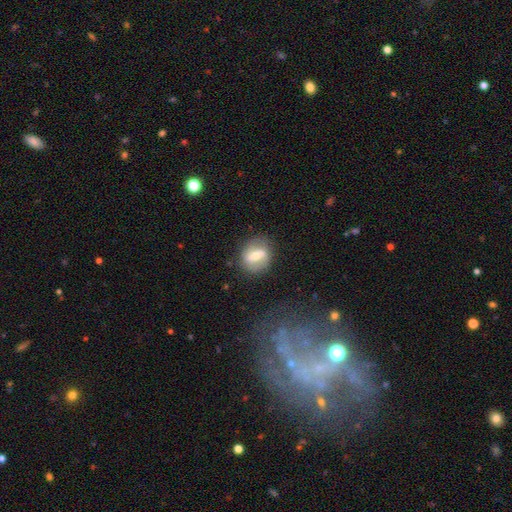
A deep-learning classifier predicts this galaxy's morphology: Q: Smooth or featured?
A: featured or disk (54%); runner-up: smooth (38%)
Q: Edge-on disk?
A: no (95%); runner-up: yes (5%)
Q: Bar?
A: weak (40%); runner-up: strong (39%)
Q: Spiral arms?
A: yes (62%); runner-up: no (38%)
Q: Bulge size?
A: moderate (57%); runner-up: small (35%)
Q: Merging?
A: none (74%); runner-up: minor disturbance (16%)